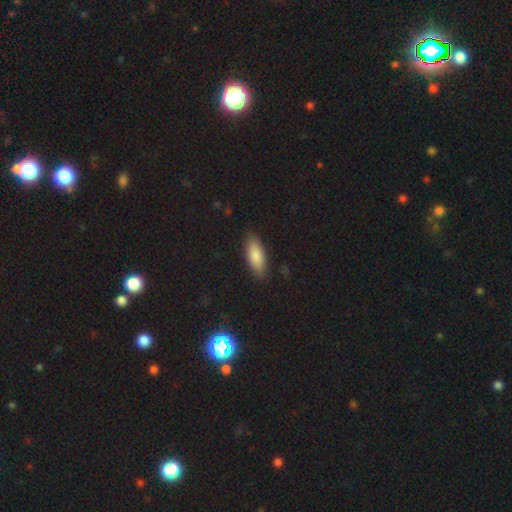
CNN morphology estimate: smooth_or_featured: smooth (p=0.86) [alt: featured or disk p=0.08]
how_rounded: in between (p=0.77) [alt: cigar-shaped p=0.21]
merging: none (p=0.85) [alt: minor disturbance p=0.11]